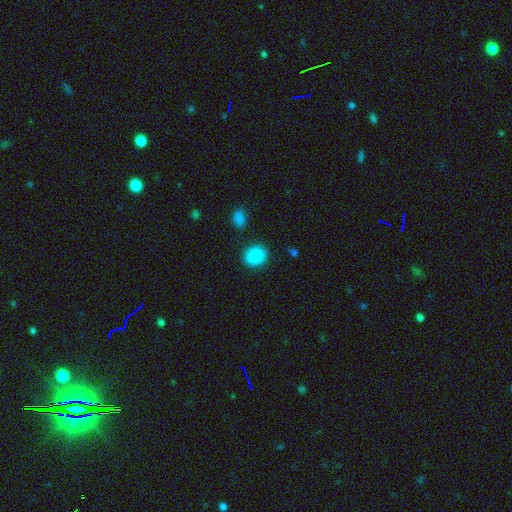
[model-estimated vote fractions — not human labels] Morphology: type=smooth (87%); roundness=round (71%); merging=none (77%).